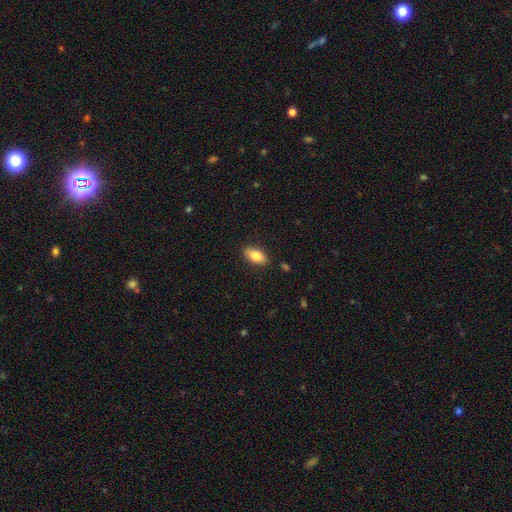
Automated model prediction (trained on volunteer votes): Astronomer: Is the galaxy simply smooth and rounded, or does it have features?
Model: smooth — 82%.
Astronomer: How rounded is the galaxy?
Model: in between — 91%.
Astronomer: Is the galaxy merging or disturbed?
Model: none — 87%.